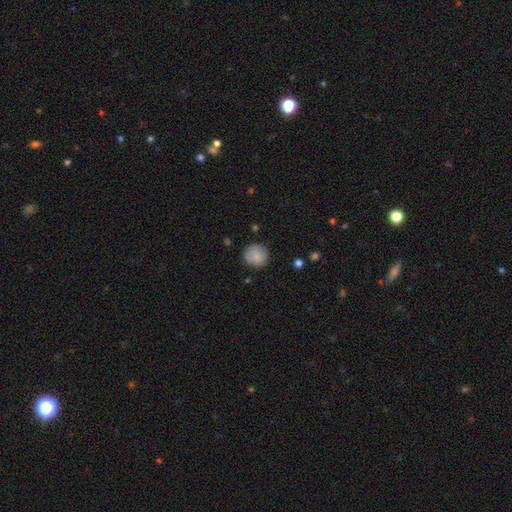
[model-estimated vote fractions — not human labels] Smooth or featured: smooth — 86% (star or artifact — 7%)
How rounded: round — 93% (in between — 6%)
Merging: none — 85% (minor disturbance — 11%)